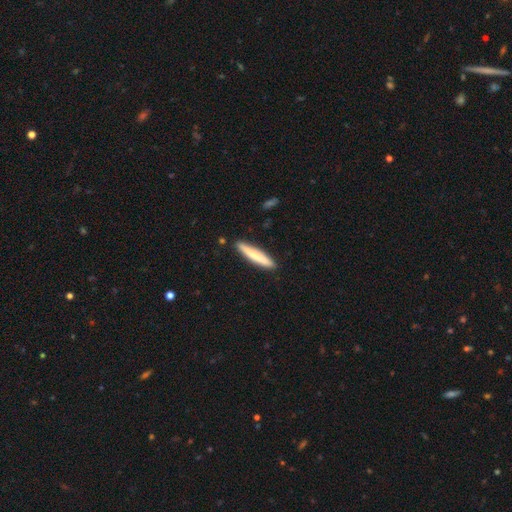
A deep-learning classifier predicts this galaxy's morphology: This appears to be a smooth galaxy with no disk features (71%) that is cigar-shaped (93%). Merging: none (89%).